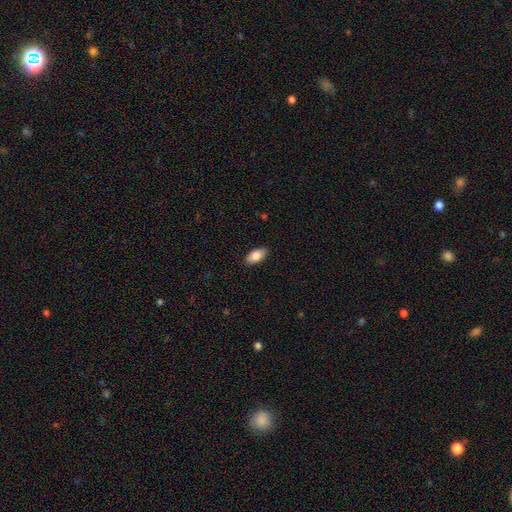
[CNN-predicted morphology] Overall: smooth (85%). How rounded: in between (93%). Merging: none (88%).